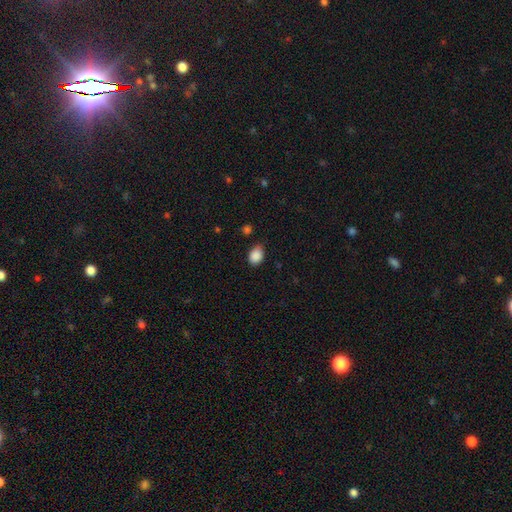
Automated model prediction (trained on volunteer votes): Q: Smooth or featured?
A: smooth (89%); runner-up: star or artifact (8%)
Q: How rounded?
A: in between (70%); runner-up: round (30%)
Q: Merging?
A: none (74%); runner-up: minor disturbance (21%)